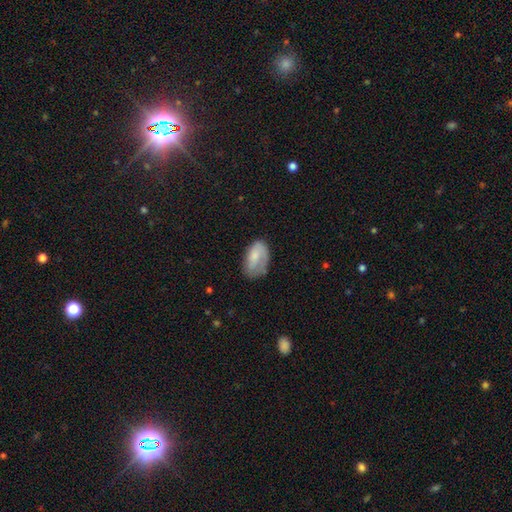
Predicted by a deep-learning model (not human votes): The model was most divided on "merging": none: 52%, minor disturbance: 31%, major disturbance: 15%, merger: 2%. More confident: how rounded — in between (92%); smooth or featured — smooth (69%).